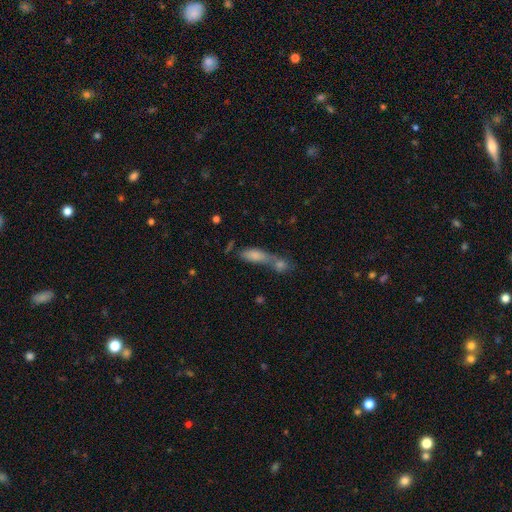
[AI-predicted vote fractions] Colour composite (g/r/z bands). It shows a smooth galaxy with no disk features (76%) that is in between round and cigar-shaped (67%). Merging: merger (64%).